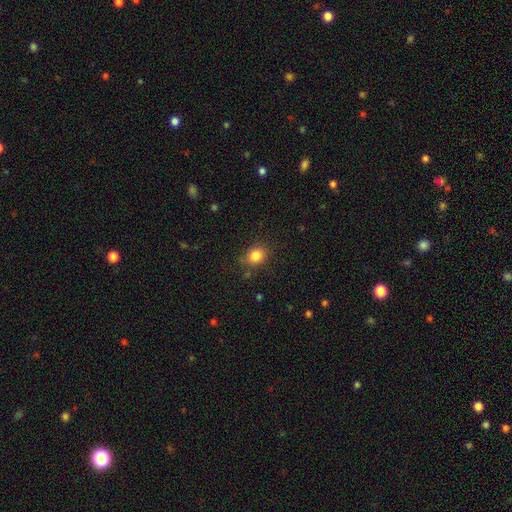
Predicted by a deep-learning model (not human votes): Smooth or featured: smooth — 84% (star or artifact — 11%)
How rounded: round — 67% (in between — 33%)
Merging: none — 79% (minor disturbance — 15%)